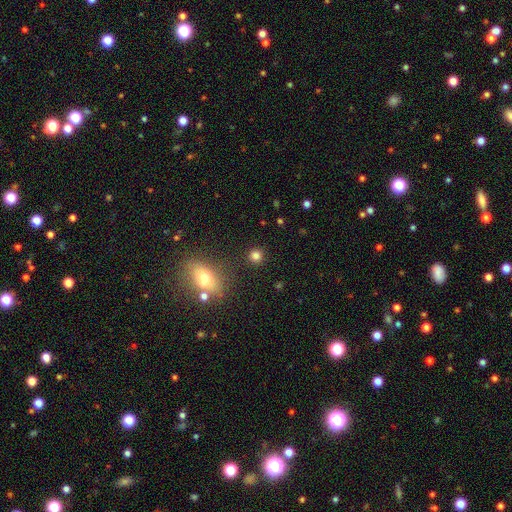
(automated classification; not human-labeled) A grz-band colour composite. It shows a smooth galaxy with no disk features (81%) that is round (89%). Merging: none (87%).